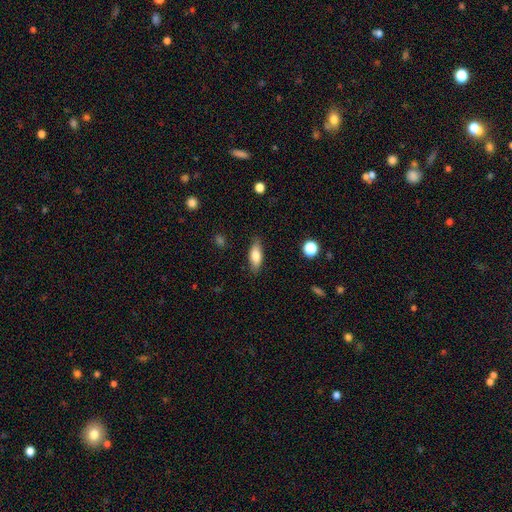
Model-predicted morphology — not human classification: Q: Smooth or featured?
A: smooth (78%); runner-up: featured or disk (15%)
Q: How rounded?
A: in between (72%); runner-up: cigar-shaped (25%)
Q: Merging?
A: none (85%); runner-up: minor disturbance (11%)